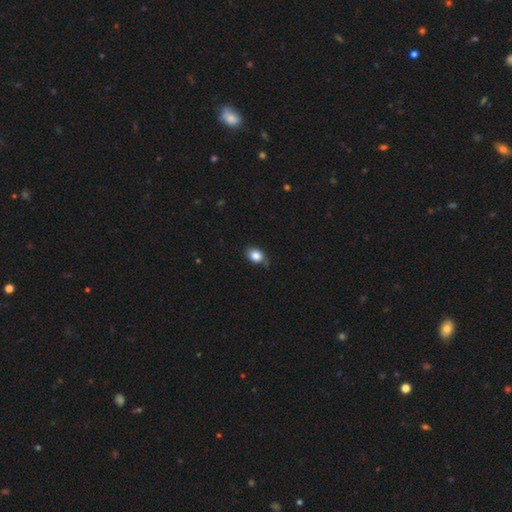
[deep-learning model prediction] Overall: smooth (85%). How rounded: in between (63%; round 36%). Merging: none (77%).